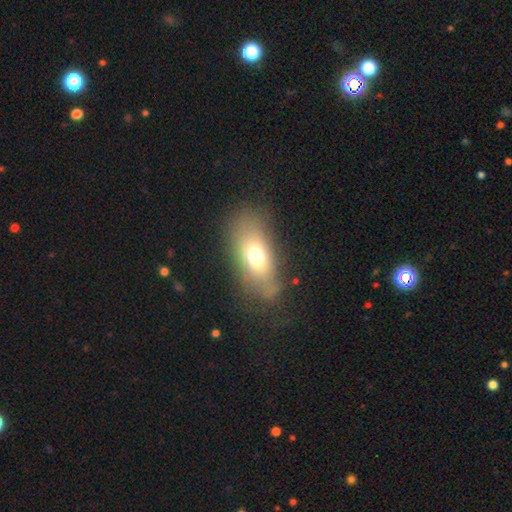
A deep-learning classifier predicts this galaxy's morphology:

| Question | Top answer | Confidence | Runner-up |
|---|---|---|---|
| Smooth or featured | smooth | 64% | featured or disk (23%) |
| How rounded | in between | 82% | round (11%) |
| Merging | none | 68% | minor disturbance (18%) |